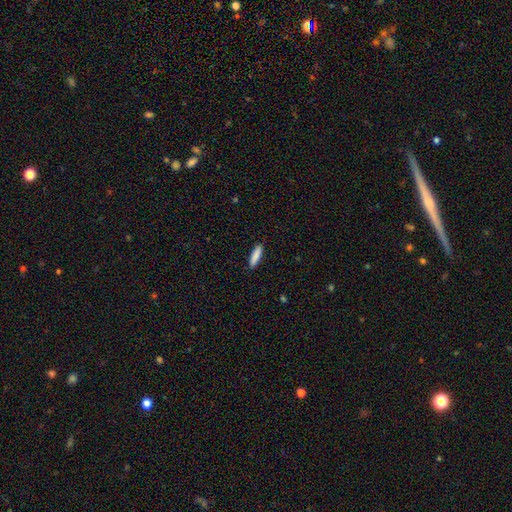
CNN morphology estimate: smooth 88%, featured or disk 6%, star or artifact 6%. Down the decision tree: how rounded — cigar-shaped (72%); merging — none (90%).